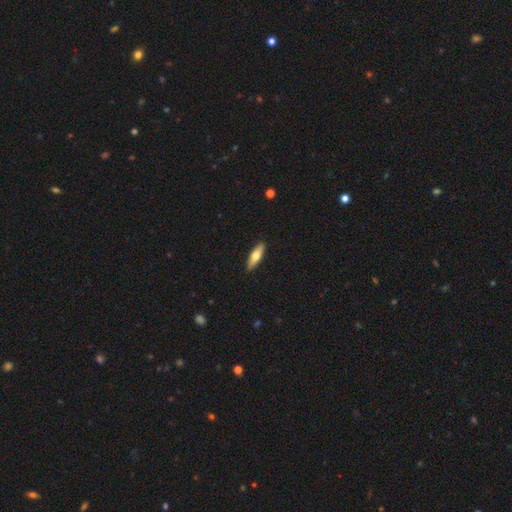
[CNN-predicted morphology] This is likely a smooth galaxy (65%). How rounded: possibly cigar-shaped (56%). Merging: clearly none (90%).